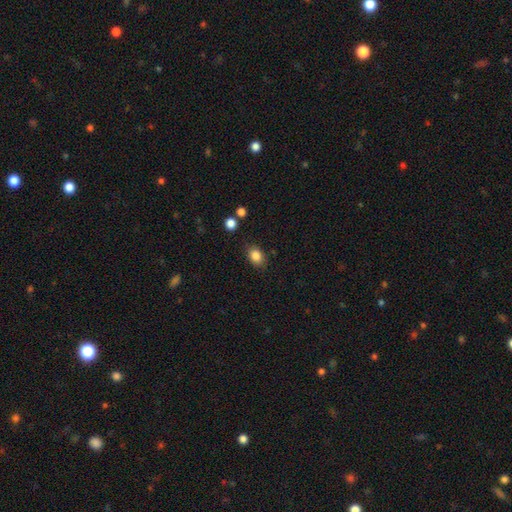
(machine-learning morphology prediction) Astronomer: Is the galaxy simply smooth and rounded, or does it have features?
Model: smooth — 84%.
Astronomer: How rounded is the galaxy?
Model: in between — 67%.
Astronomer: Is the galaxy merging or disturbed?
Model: none — 79%.